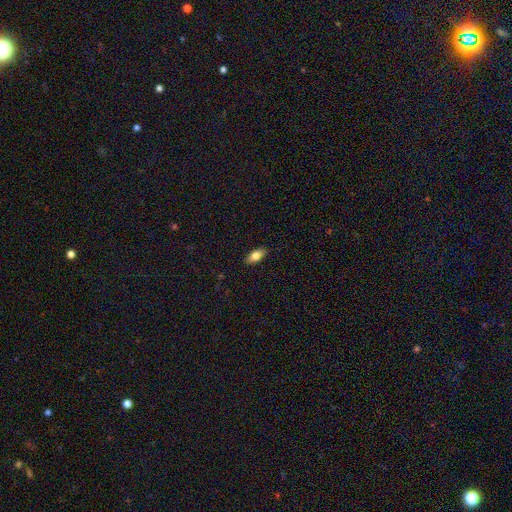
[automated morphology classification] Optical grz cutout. It shows a smooth galaxy with no disk features (80%) that is in between round and cigar-shaped (87%). Merging: none (88%).